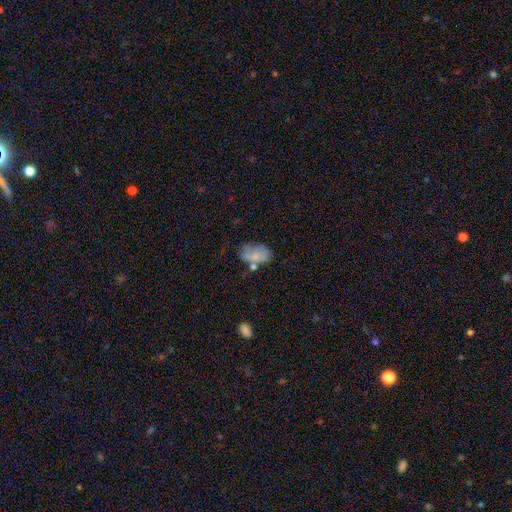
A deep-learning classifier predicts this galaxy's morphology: smooth 65%, featured or disk 26%, star or artifact 9%. Down the decision tree: how rounded — in between (83%); merging — none (43%).